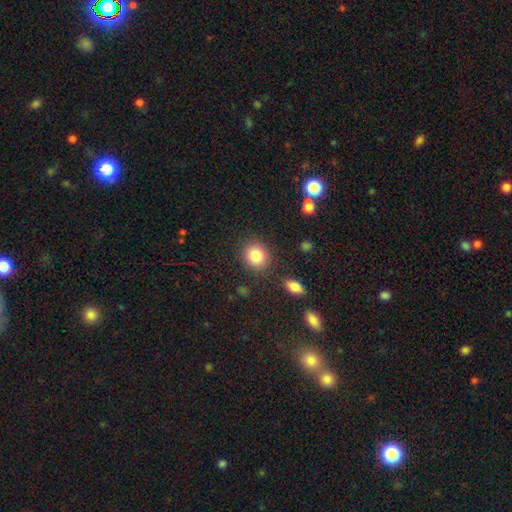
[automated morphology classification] A smooth galaxy with no disk features (86%) that is round (77%).

Vote fractions:
- Smooth or featured? smooth: 86% / star or artifact: 9% / featured or disk: 5%
- How rounded? round: 77% / in between: 22% / cigar-shaped: 1%
- Merging? none: 84% / minor disturbance: 9% / merger: 4% / major disturbance: 3%